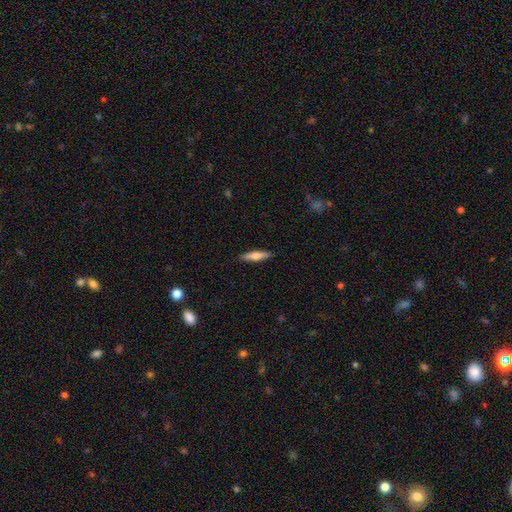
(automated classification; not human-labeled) Q: Smooth or featured?
A: smooth (63%); runner-up: featured or disk (31%)
Q: How rounded?
A: cigar-shaped (75%); runner-up: in between (23%)
Q: Merging?
A: none (89%); runner-up: minor disturbance (8%)